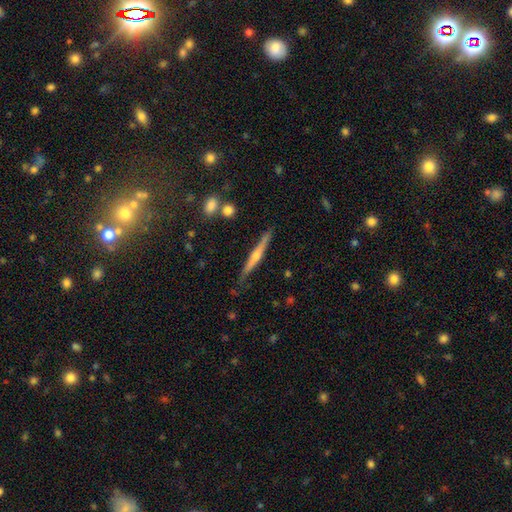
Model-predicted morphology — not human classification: Smooth or featured: featured or disk — 71% (smooth — 22%)
Edge-on disk: yes — 98% (no — 2%)
Edge-on bulge: rounded — 83% (none — 12%)
Merging: none — 85% (minor disturbance — 10%)